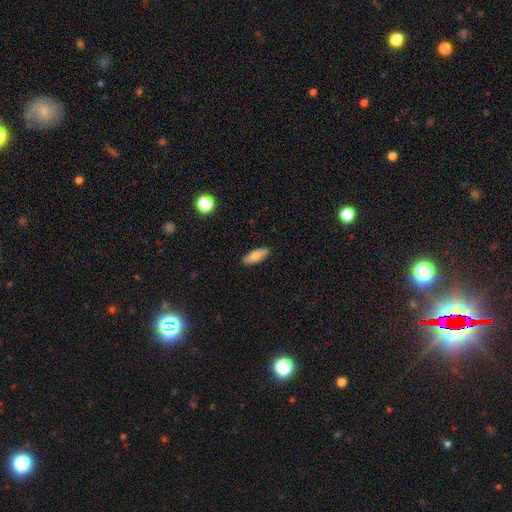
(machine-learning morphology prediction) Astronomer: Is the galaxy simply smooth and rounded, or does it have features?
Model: smooth — 75%.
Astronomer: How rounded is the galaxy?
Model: in between — 67%.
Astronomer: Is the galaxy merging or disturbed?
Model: none — 88%.